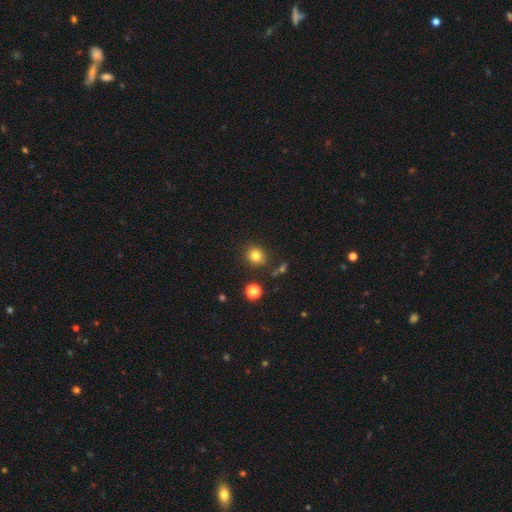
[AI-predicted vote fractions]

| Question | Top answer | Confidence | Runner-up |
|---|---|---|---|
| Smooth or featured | smooth | 81% | star or artifact (13%) |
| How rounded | round | 86% | in between (13%) |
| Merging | none | 85% | minor disturbance (8%) |